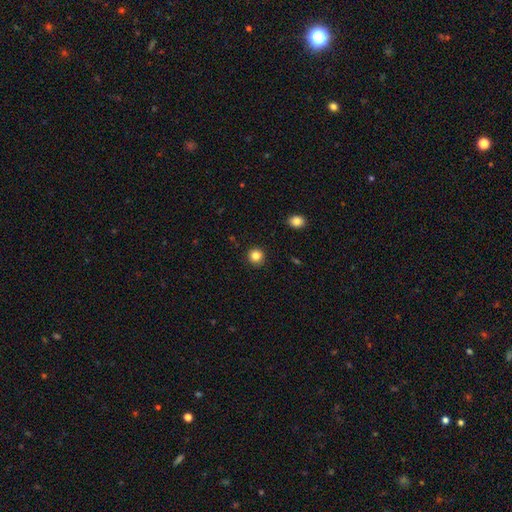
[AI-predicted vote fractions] Overall: smooth (84%). How rounded: round (92%). Merging: none (91%).